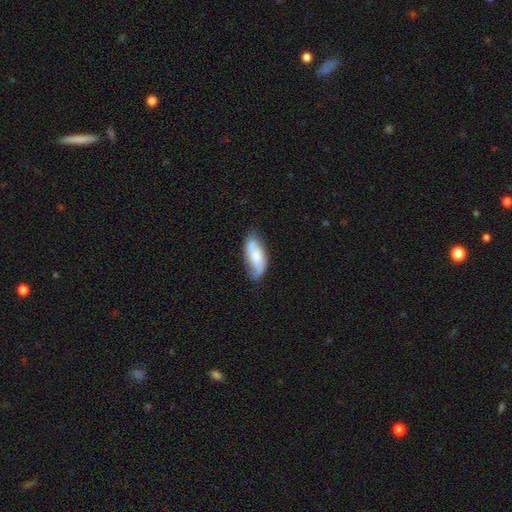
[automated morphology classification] Smooth or featured: smooth — 58% (featured or disk — 35%)
How rounded: in between — 82% (cigar-shaped — 15%)
Merging: none — 54% (minor disturbance — 30%)